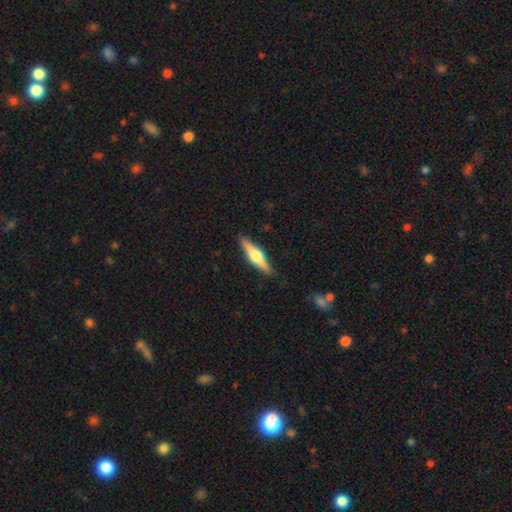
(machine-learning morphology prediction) smooth_or_featured: featured or disk (p=0.65) [alt: smooth p=0.30]
disk_edge_on: yes (p=0.97) [alt: no p=0.03]
edge_on_bulge: rounded (p=0.94) [alt: boxy p=0.04]
merging: none (p=0.89) [alt: minor disturbance p=0.08]